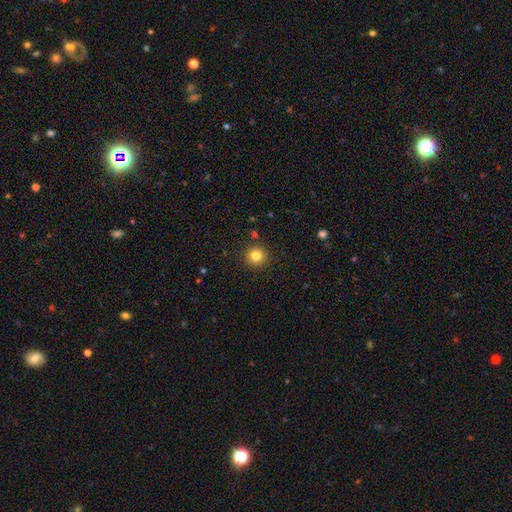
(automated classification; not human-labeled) Overall: smooth (82%). How rounded: round (93%). Merging: none (90%).